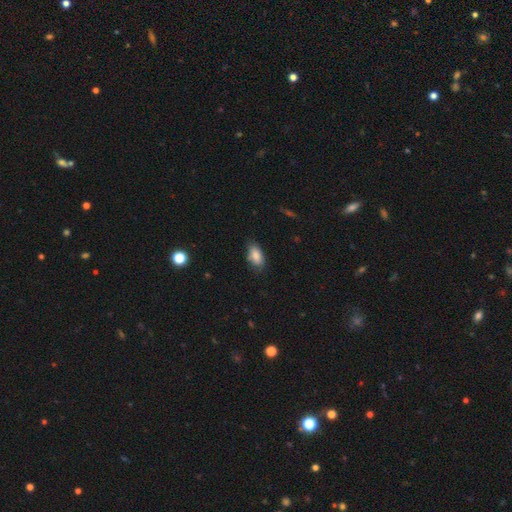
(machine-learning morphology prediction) Smooth or featured: smooth — 85% (star or artifact — 7%)
How rounded: in between — 91% (cigar-shaped — 5%)
Merging: none — 74% (minor disturbance — 21%)